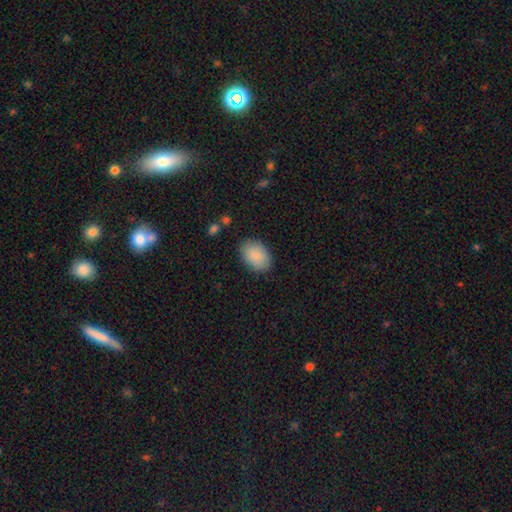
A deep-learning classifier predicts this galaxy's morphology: smooth 89%, star or artifact 6%, featured or disk 5%. Down the decision tree: how rounded — in between (85%); merging — none (85%).